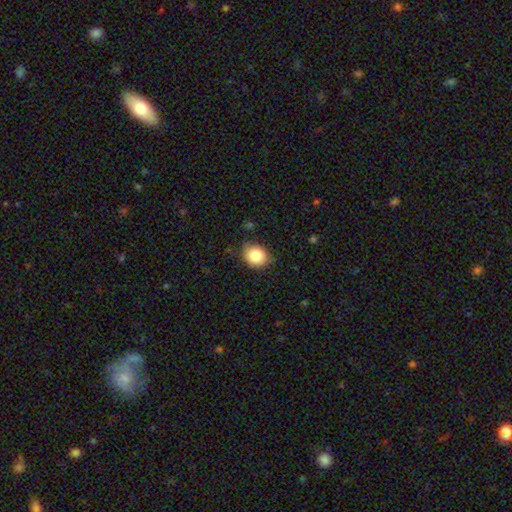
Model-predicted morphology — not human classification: Smooth or featured?
  - smooth: 84% *
  - star or artifact: 9%
  - featured or disk: 7%
How rounded?
  - round: 60% *
  - in between: 39%
  - cigar-shaped: 1%
Merging?
  - none: 74% *
  - minor disturbance: 21%
  - major disturbance: 4%
  - merger: 1%